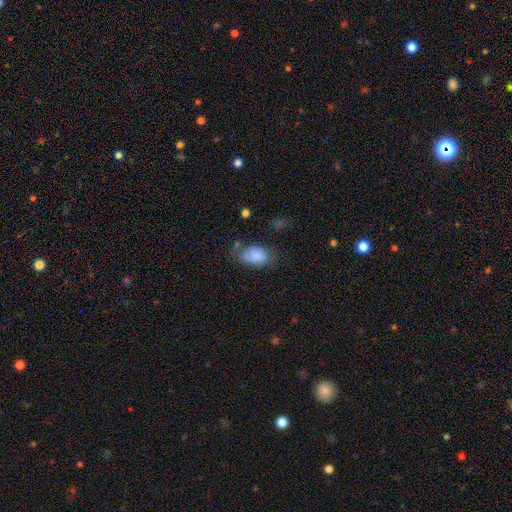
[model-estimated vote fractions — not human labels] Smooth or featured? smooth (85%)
How rounded? in between (90%)
Merging? none (55%)